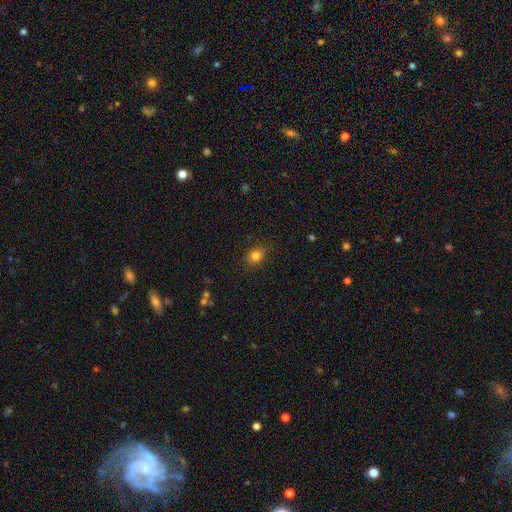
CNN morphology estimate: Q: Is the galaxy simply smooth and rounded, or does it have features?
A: smooth — 81%.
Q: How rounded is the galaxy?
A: round — 55%.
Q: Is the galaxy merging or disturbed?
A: none — 86%.